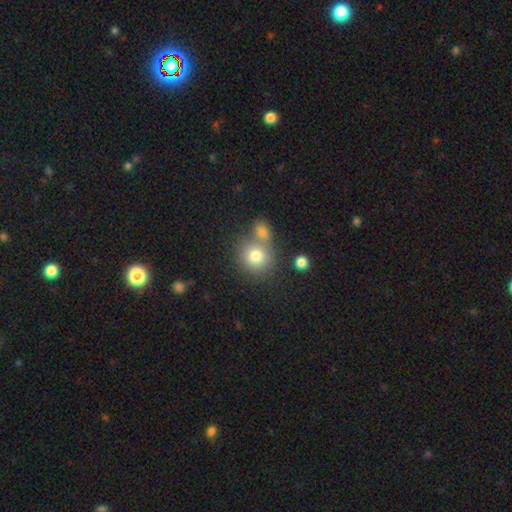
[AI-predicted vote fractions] smooth-or-featured: smooth: 78% | star or artifact: 11% | featured or disk: 10%
  how-rounded: round: 84% | in between: 15% | cigar-shaped: 1%
  merging: none: 53% | merger: 33% | minor disturbance: 9% | major disturbance: 4%